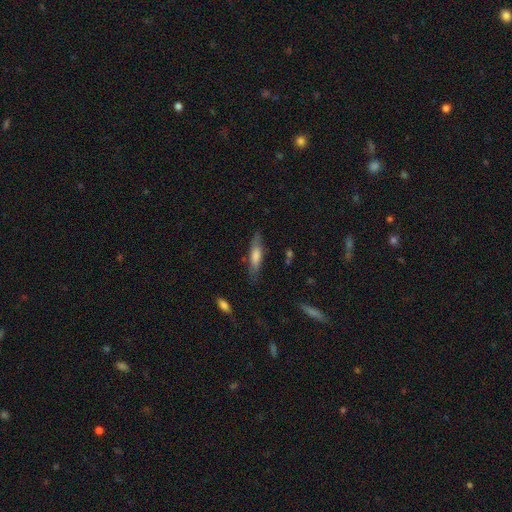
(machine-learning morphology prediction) Smooth or featured: smooth — 59% (featured or disk — 34%)
How rounded: cigar-shaped — 72% (in between — 26%)
Merging: none — 78% (minor disturbance — 16%)